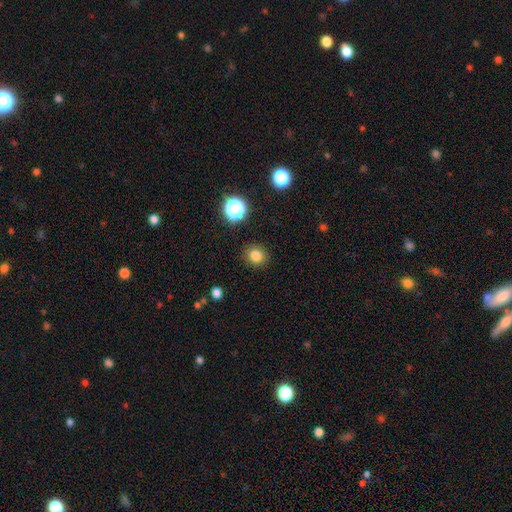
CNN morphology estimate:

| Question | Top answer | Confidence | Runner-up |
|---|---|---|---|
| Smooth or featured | smooth | 81% | star or artifact (13%) |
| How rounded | round | 84% | in between (15%) |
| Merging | none | 90% | minor disturbance (7%) |